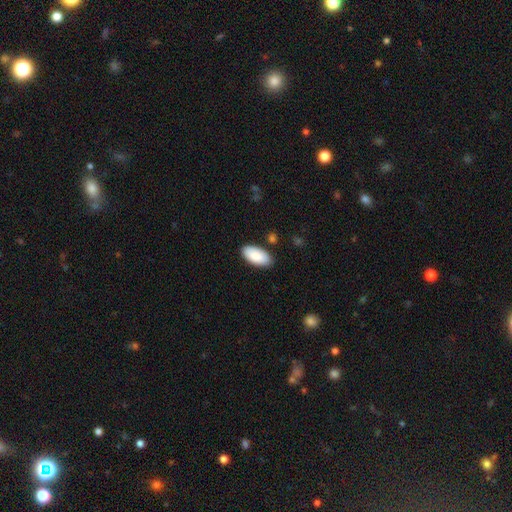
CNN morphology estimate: A smooth galaxy with no disk features (88%) that is in between round and cigar-shaped (94%).

Vote fractions:
- Smooth or featured? smooth: 88% / featured or disk: 6% / star or artifact: 6%
- How rounded? in between: 94% / cigar-shaped: 4% / round: 2%
- Merging? none: 84% / minor disturbance: 11% / merger: 3% / major disturbance: 2%